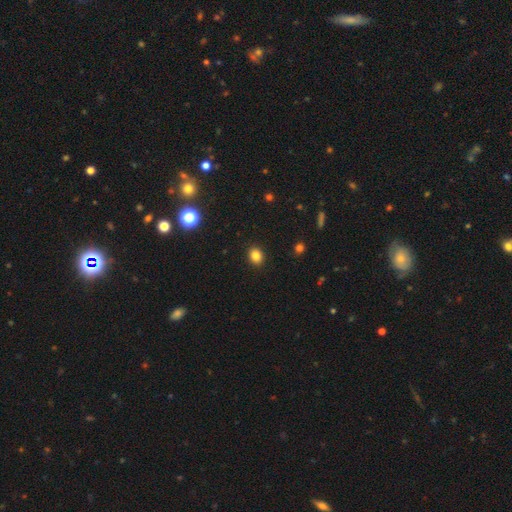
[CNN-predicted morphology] Smooth or featured?
  - smooth: 83% *
  - star or artifact: 12%
  - featured or disk: 5%
How rounded?
  - round: 54% *
  - in between: 45%
  - cigar-shaped: 1%
Merging?
  - none: 91% *
  - minor disturbance: 6%
  - major disturbance: 2%
  - merger: 1%